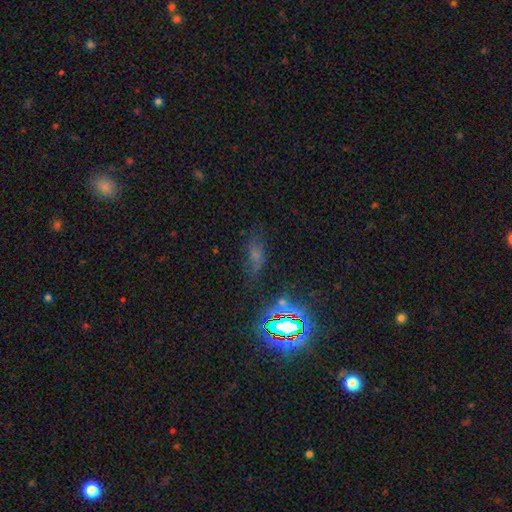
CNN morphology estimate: Q: Smooth or featured?
A: smooth (44%); runner-up: star or artifact (37%)
Q: Merging?
A: none (59%); runner-up: minor disturbance (24%)